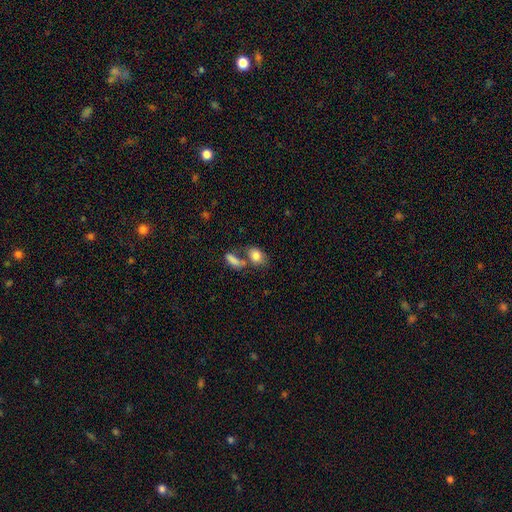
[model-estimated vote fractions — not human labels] smooth 80%, featured or disk 12%, star or artifact 8%. Down the decision tree: how rounded — in between (83%); merging — merger (41%).